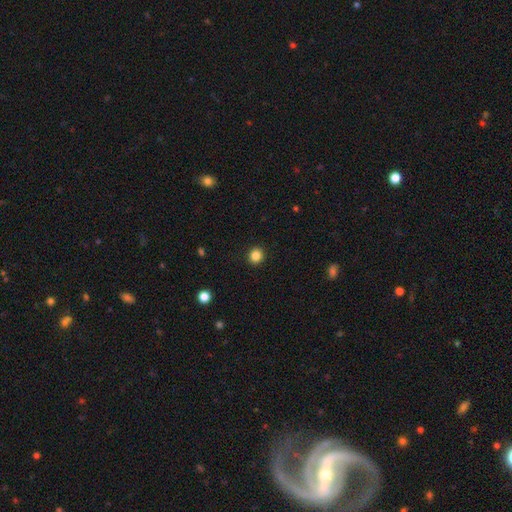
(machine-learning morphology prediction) Q: Smooth or featured?
A: smooth (85%); runner-up: star or artifact (11%)
Q: How rounded?
A: round (87%); runner-up: in between (12%)
Q: Merging?
A: none (92%); runner-up: minor disturbance (5%)